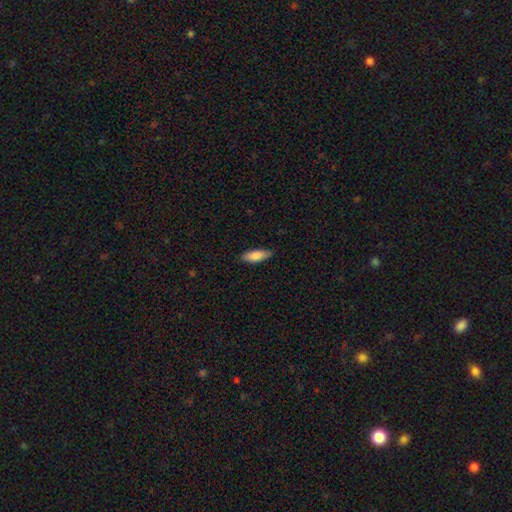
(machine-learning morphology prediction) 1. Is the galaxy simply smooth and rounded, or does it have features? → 84% smooth, 10% featured or disk, 6% star or artifact.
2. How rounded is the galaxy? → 62% in between, 36% cigar-shaped, 2% round.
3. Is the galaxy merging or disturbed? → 87% none, 10% minor disturbance, 2% major disturbance, 1% merger.